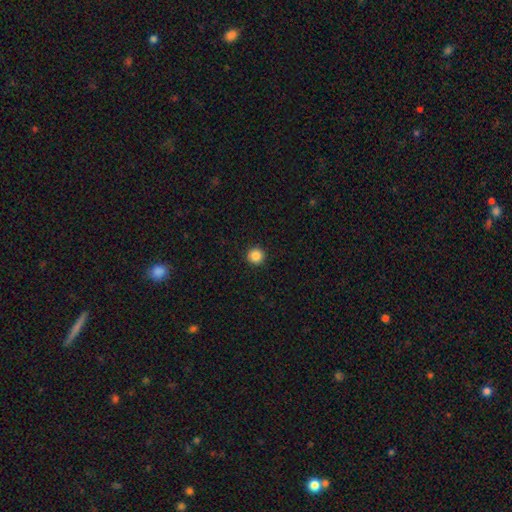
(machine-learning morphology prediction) A smooth galaxy with no disk features (87%) that is round (96%).

Vote fractions:
- Smooth or featured? smooth: 87% / star or artifact: 10% / featured or disk: 3%
- How rounded? round: 96% / in between: 3% / cigar-shaped: 1%
- Merging? none: 94% / minor disturbance: 4% / major disturbance: 1% / merger: 1%